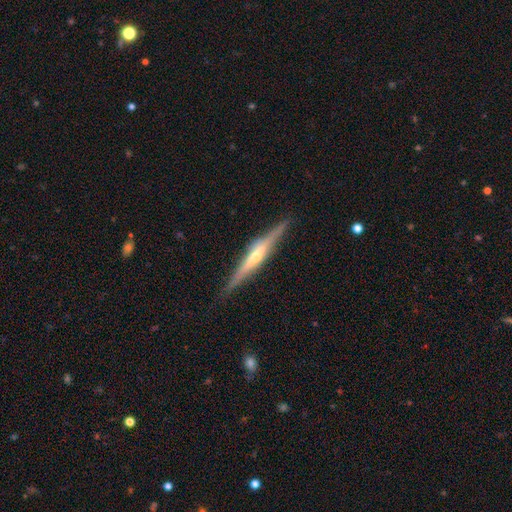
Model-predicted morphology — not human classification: The model was most divided on "edge-on bulge": rounded: 74%, boxy: 14%, none: 12%. More confident: edge-on disk — yes (98%); merging — none (89%); smooth or featured — featured or disk (79%).